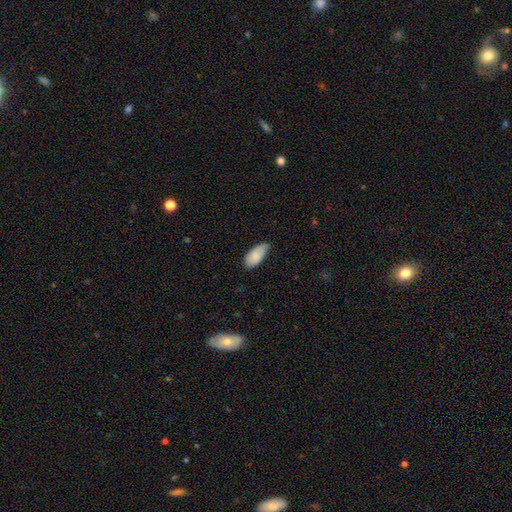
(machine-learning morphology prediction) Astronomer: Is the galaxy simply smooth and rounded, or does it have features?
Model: smooth — 86%.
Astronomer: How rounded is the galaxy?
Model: in between — 92%.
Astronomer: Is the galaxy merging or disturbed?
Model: none — 64%.